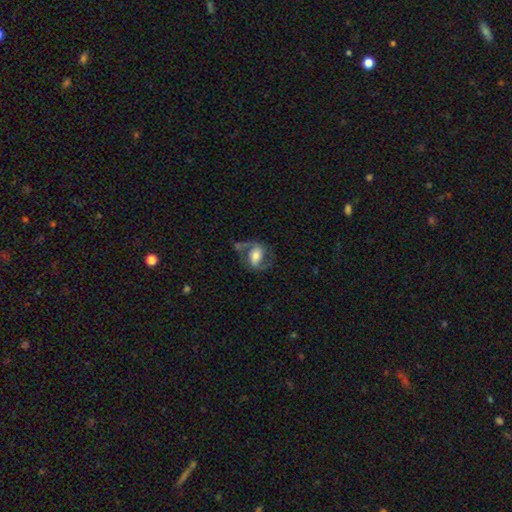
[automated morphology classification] Smooth or featured?
  - featured or disk: 74% *
  - smooth: 19%
  - star or artifact: 7%
Edge-on disk?
  - no: 97% *
  - yes: 3%
Bar?
  - weak: 38% *
  - no: 35%
  - strong: 27%
Spiral arms?
  - yes: 90% *
  - no: 10%
Spiral winding?
  - medium: 50% *
  - loose: 36%
  - tight: 14%
Spiral arm count?
  - 2: 88% *
  - 1: 5%
  - can't tell: 4%
  - 3: 1%
  - 4: 1%
  - more than 4: 1%
Bulge size?
  - moderate: 56% *
  - small: 20%
  - large: 20%
  - dominant: 3%
  - none: 2%
Merging?
  - none: 61% *
  - minor disturbance: 18%
  - major disturbance: 16%
  - merger: 5%